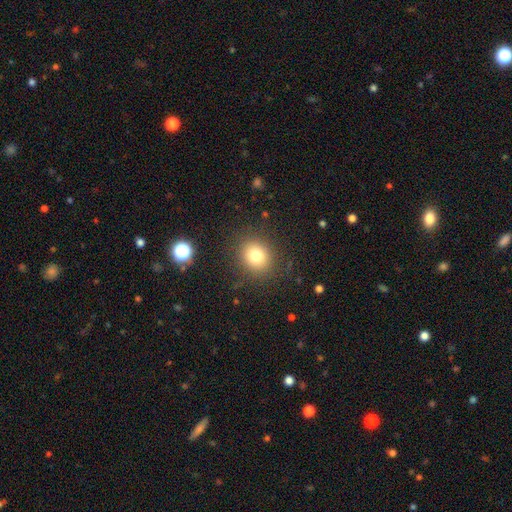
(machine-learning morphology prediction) Overall: smooth (78%). How rounded: round (76%). Merging: none (86%).